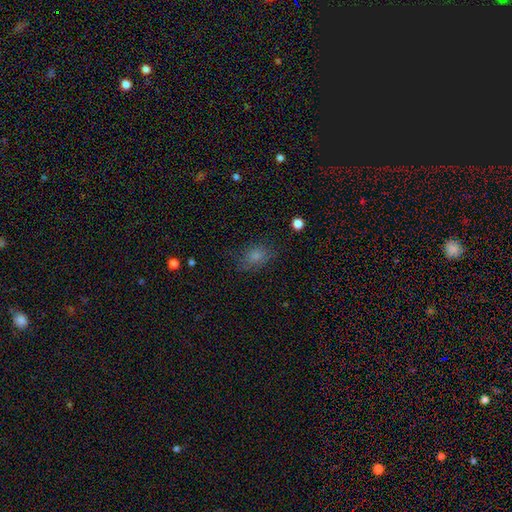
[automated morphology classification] Q: Smooth or featured?
A: smooth (76%); runner-up: star or artifact (14%)
Q: How rounded?
A: in between (71%); runner-up: round (27%)
Q: Merging?
A: none (69%); runner-up: minor disturbance (20%)